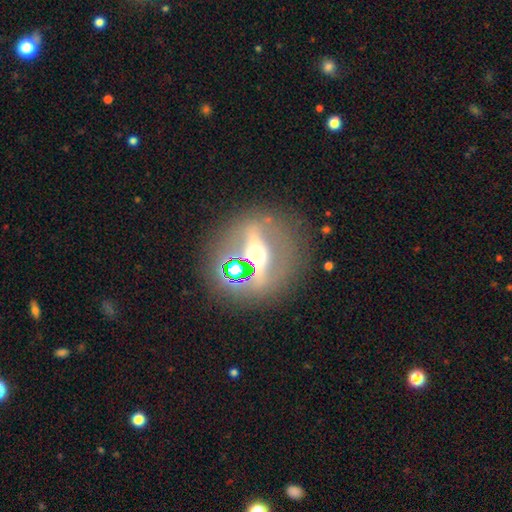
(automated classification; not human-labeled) A featured or disk galaxy (53%). Merging: none (74%).